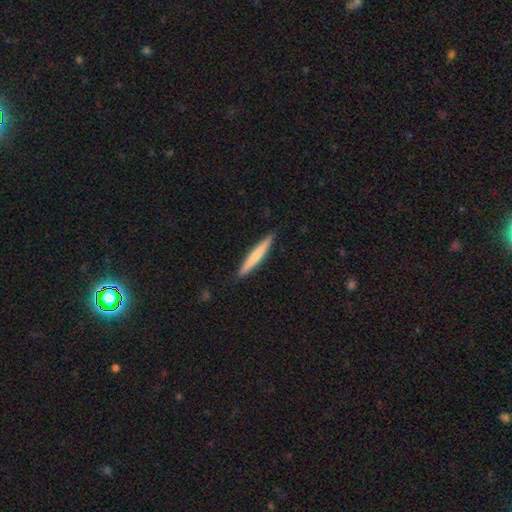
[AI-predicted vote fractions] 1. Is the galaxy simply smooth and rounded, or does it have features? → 64% smooth, 31% featured or disk, 5% star or artifact.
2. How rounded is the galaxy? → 96% cigar-shaped, 3% in between, 1% round.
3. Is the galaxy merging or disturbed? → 91% none, 7% minor disturbance, 1% major disturbance, 1% merger.